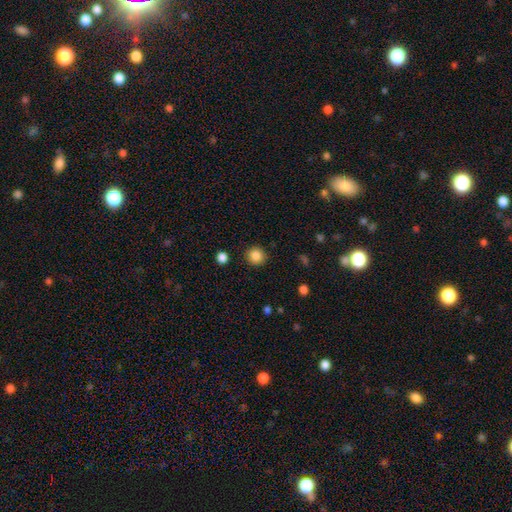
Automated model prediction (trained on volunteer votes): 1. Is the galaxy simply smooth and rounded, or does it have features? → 86% smooth, 10% star or artifact, 4% featured or disk.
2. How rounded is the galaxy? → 92% round, 7% in between, 1% cigar-shaped.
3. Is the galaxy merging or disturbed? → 91% none, 6% minor disturbance, 2% major disturbance, 1% merger.